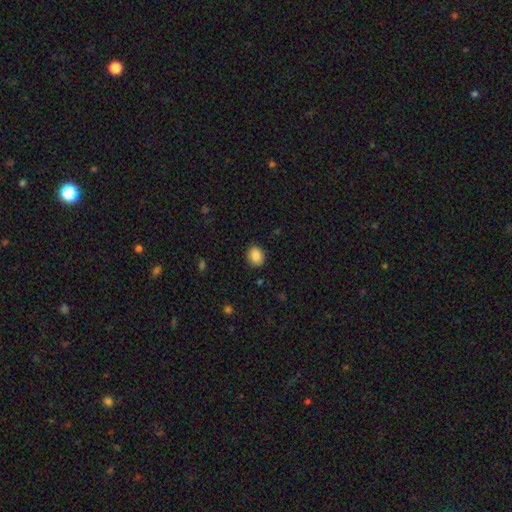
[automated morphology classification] Smooth or featured? Predicted: smooth (p=0.87). How rounded? Predicted: round (p=0.62). Merging? Predicted: none (p=0.89).